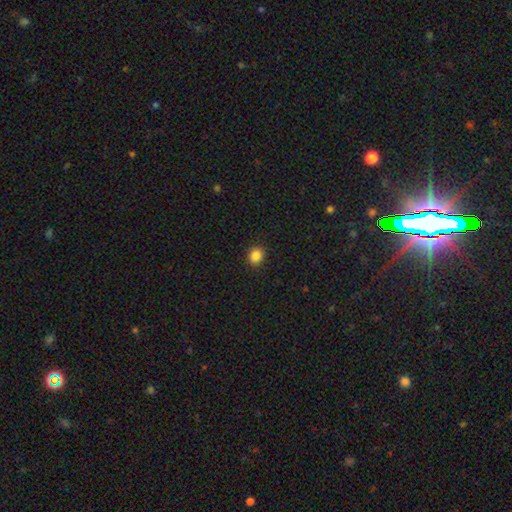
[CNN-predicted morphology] The model was most divided on "how rounded": round: 66%, in between: 33%, cigar-shaped: 1%. More confident: merging — none (90%); smooth or featured — smooth (86%).